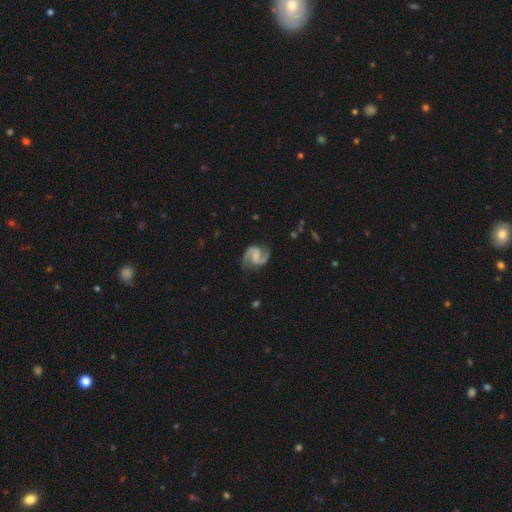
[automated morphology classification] Smooth or featured? featured or disk (92%)
Edge-on disk? no (98%)
Bar? weak (47%)
Spiral arms? yes (98%)
Spiral winding? medium (61%)
Spiral arm count? 2 (94%)
Bulge size? none (47%)
Merging? none (82%)